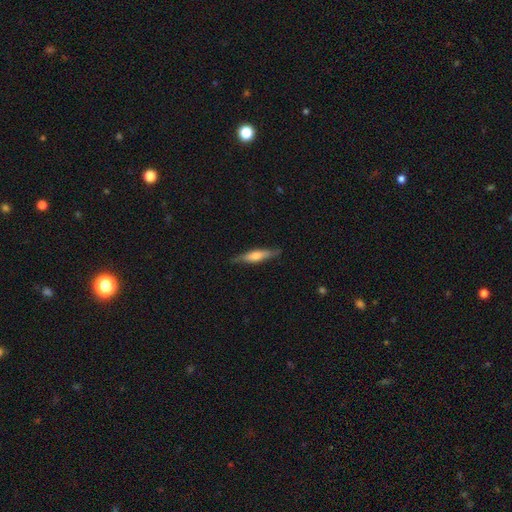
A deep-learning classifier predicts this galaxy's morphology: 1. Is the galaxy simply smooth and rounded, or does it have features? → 50% smooth, 44% featured or disk, 6% star or artifact.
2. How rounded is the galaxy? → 80% cigar-shaped, 18% in between, 2% round.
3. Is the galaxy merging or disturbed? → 83% none, 13% minor disturbance, 2% major disturbance, 1% merger.